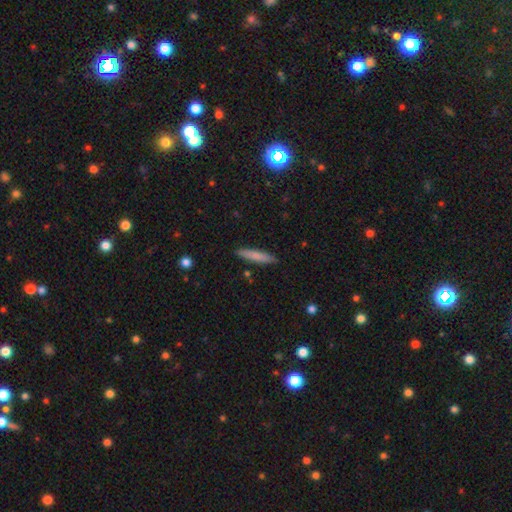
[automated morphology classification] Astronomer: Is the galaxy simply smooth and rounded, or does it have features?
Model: smooth — 78%.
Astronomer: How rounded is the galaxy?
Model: cigar-shaped — 87%.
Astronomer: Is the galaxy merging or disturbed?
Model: none — 88%.